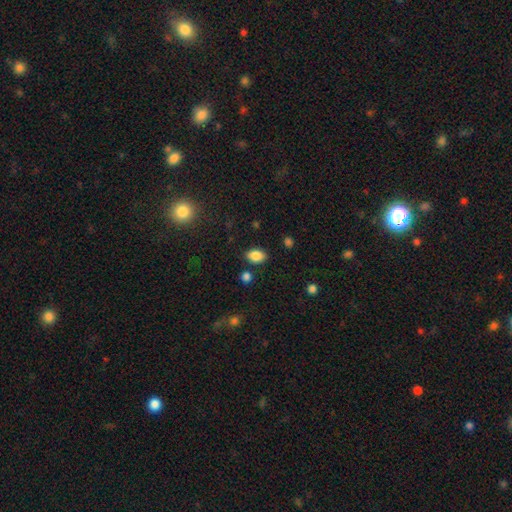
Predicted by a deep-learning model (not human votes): Overall: smooth (86%). How rounded: in between (84%). Merging: none (83%).